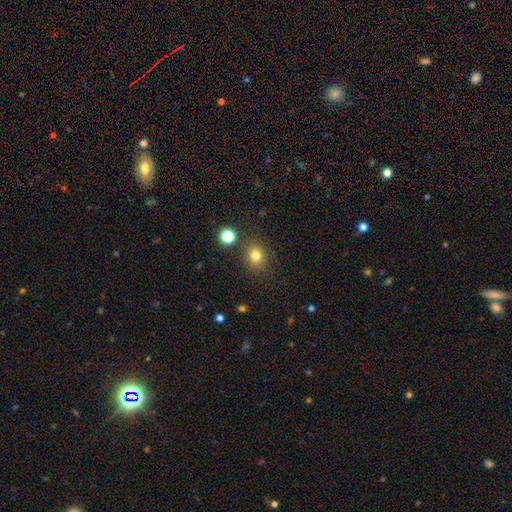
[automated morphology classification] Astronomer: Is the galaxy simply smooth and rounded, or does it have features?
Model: smooth — 79%.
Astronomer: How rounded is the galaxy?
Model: round — 67%.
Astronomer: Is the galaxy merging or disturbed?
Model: none — 84%.